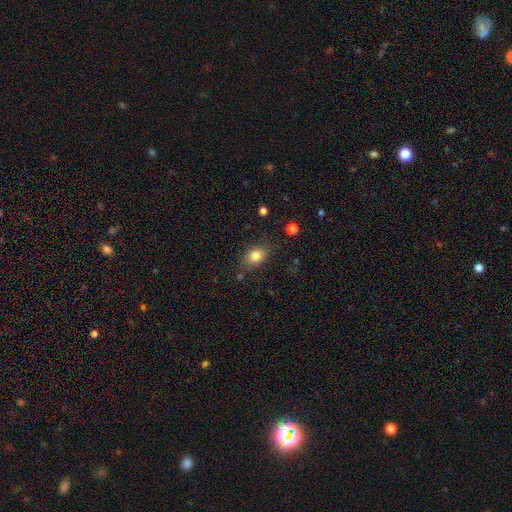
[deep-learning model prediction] A smooth galaxy with no disk features (81%) that is in between round and cigar-shaped (75%).

Vote fractions:
- Smooth or featured? smooth: 81% / featured or disk: 10% / star or artifact: 9%
- How rounded? in between: 75% / round: 23% / cigar-shaped: 2%
- Merging? none: 77% / minor disturbance: 16% / major disturbance: 4% / merger: 2%